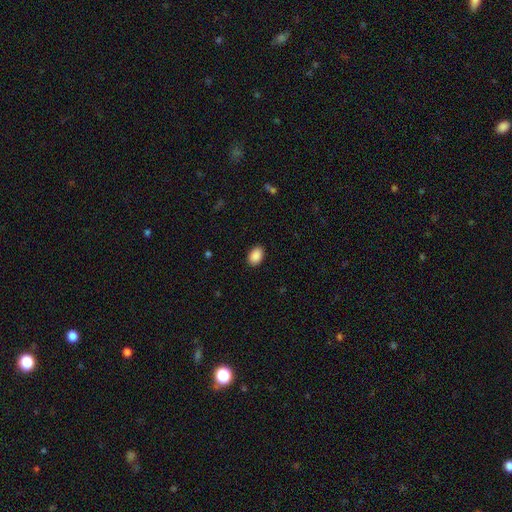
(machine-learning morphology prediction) type=smooth (90%); roundness=in between (86%); merging=none (89%).